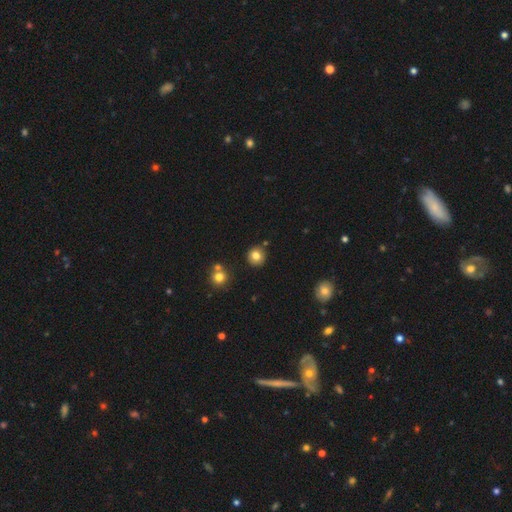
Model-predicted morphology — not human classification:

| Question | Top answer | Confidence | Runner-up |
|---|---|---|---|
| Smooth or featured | smooth | 81% | star or artifact (11%) |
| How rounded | round | 92% | in between (7%) |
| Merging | none | 85% | minor disturbance (8%) |